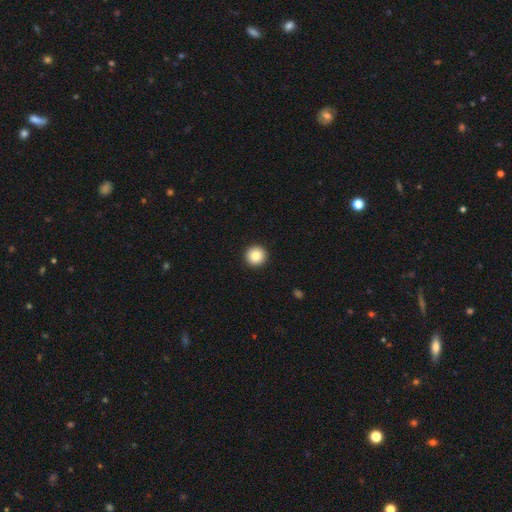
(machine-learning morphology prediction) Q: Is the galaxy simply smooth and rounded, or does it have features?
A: smooth — 84%.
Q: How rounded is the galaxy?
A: round — 96%.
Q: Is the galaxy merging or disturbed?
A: none — 94%.